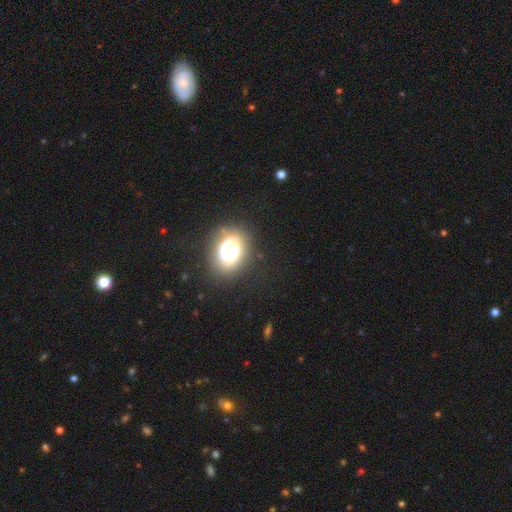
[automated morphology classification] smooth-or-featured: smooth: 63% | star or artifact: 27% | featured or disk: 10%
  how-rounded: in between: 60% | round: 37% | cigar-shaped: 3%
  merging: none: 88% | minor disturbance: 7% | major disturbance: 3% | merger: 2%